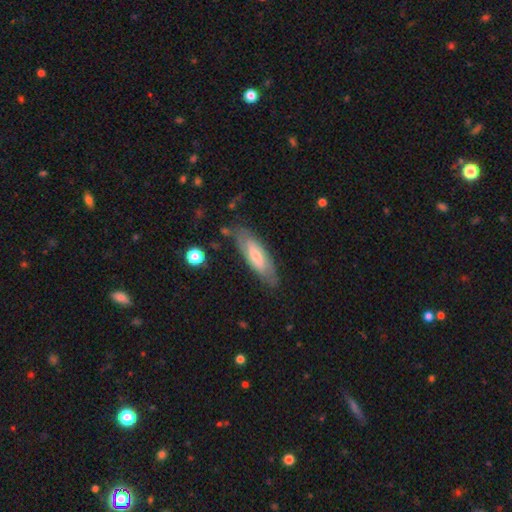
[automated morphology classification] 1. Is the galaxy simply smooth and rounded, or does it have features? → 49% smooth, 45% featured or disk, 6% star or artifact.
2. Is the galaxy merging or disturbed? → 78% none, 16% minor disturbance, 4% major disturbance, 2% merger.